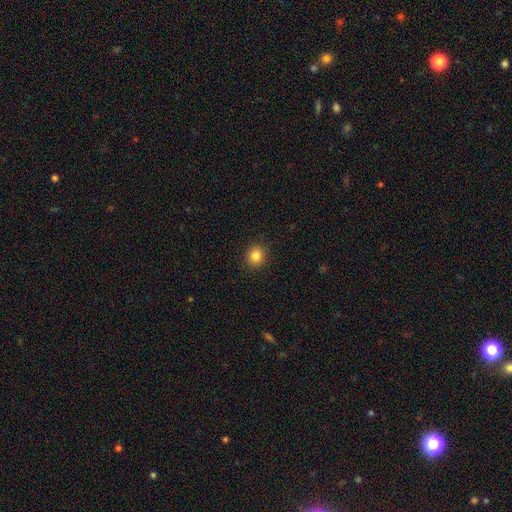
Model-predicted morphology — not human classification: smooth 84%, star or artifact 11%, featured or disk 5%. Down the decision tree: how rounded — round (86%); merging — none (91%).